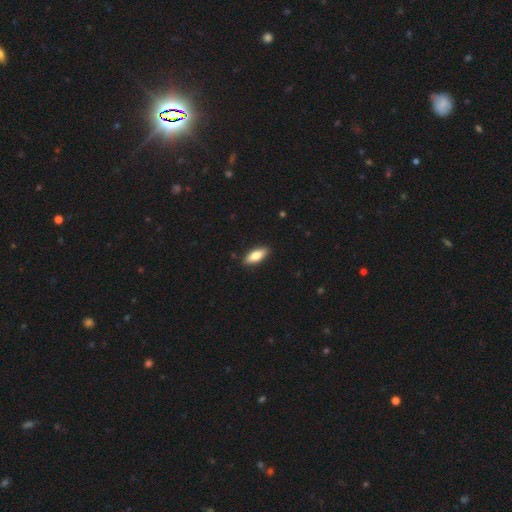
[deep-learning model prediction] Overall: smooth (76%). How rounded: in between (72%). Merging: none (90%).